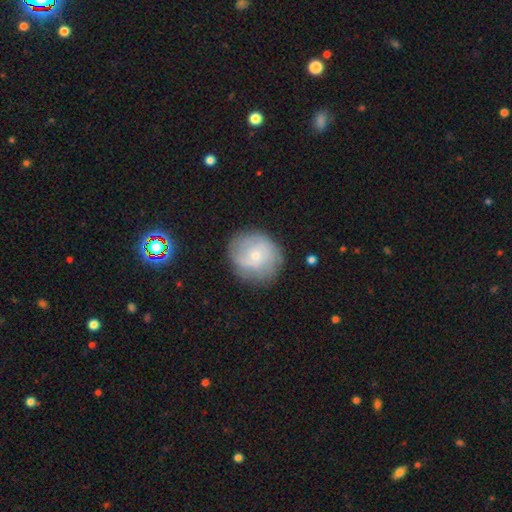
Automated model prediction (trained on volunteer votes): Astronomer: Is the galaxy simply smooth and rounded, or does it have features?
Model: featured or disk — 48% (runner-up: smooth, 44%).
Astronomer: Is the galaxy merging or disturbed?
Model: none — 75%.